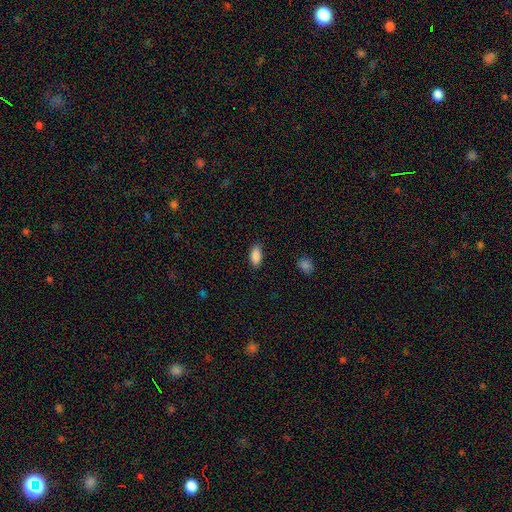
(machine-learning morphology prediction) This is clearly a smooth galaxy (89%). How rounded: clearly in between (92%). Merging: clearly none (86%).